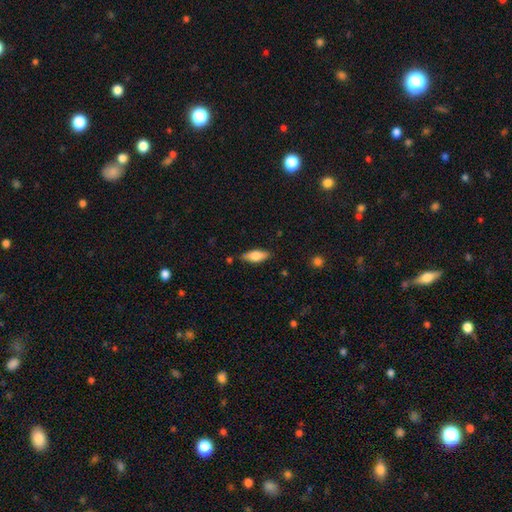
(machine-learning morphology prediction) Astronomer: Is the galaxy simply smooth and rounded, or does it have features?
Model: smooth — 73%.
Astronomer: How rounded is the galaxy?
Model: in between — 76%.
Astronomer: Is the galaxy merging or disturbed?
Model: none — 79%.